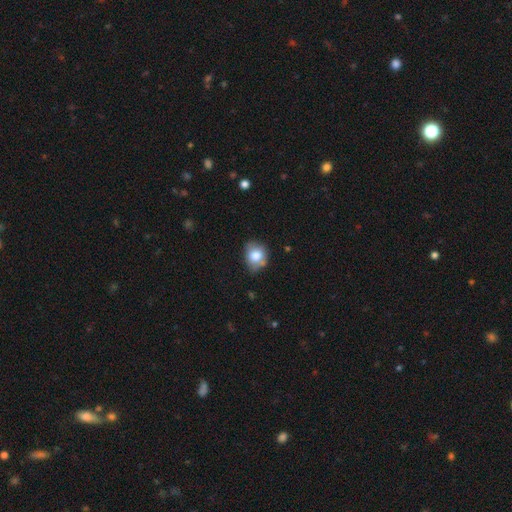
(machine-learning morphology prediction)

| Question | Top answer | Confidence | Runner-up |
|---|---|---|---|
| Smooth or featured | smooth | 77% | featured or disk (14%) |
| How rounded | round | 58% | in between (41%) |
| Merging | none | 60% | minor disturbance (28%) |